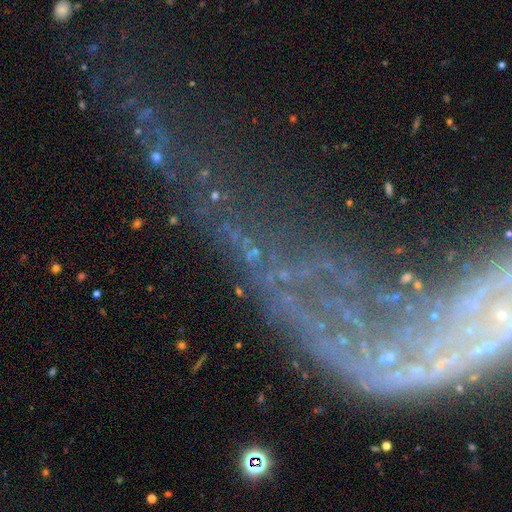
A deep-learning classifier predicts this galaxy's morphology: Smooth or featured?
  - featured or disk: 47% *
  - star or artifact: 37%
  - smooth: 15%
Merging?
  - none: 39% *
  - major disturbance: 33%
  - minor disturbance: 15%
  - merger: 12%